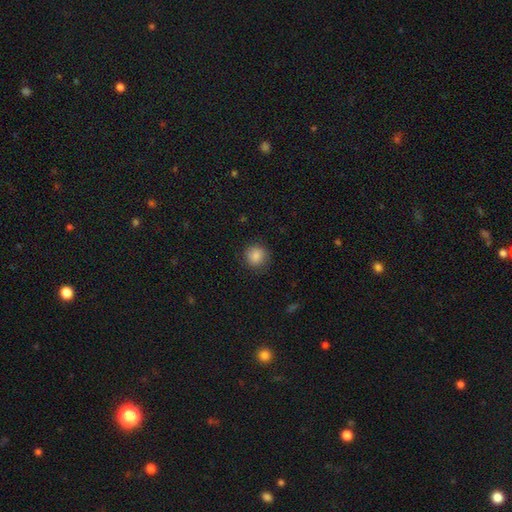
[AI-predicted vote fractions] Smooth or featured: smooth — 86% (star or artifact — 9%)
How rounded: round — 89% (in between — 10%)
Merging: none — 86% (minor disturbance — 10%)